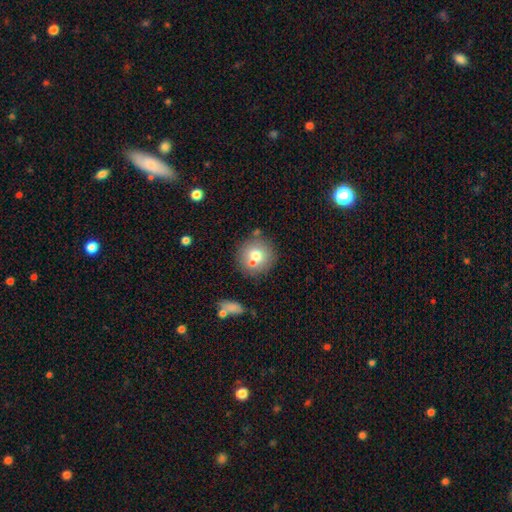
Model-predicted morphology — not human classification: This is likely a smooth galaxy (69%). How rounded: clearly round (91%). Merging: likely none (63%).